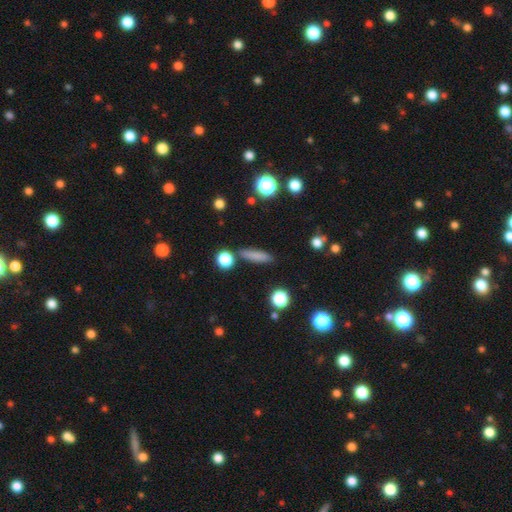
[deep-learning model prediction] The model was most divided on "how rounded": cigar-shaped: 74%, in between: 21%, round: 5%. More confident: merging — none (82%); smooth or featured — smooth (78%).